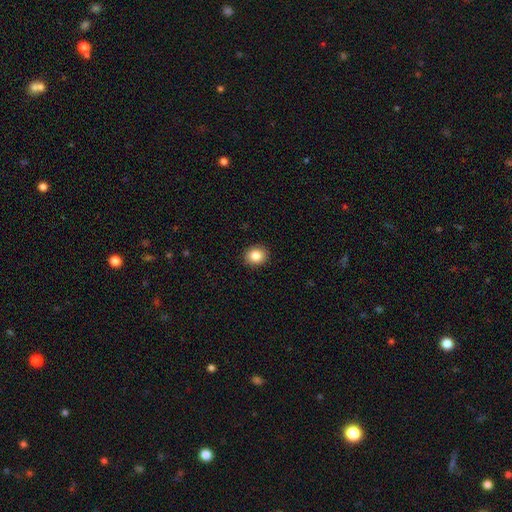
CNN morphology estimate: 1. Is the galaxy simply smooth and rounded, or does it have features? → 85% smooth, 9% star or artifact, 6% featured or disk.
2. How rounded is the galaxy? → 78% round, 21% in between, 1% cigar-shaped.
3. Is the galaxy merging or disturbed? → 91% none, 6% minor disturbance, 2% major disturbance, 1% merger.